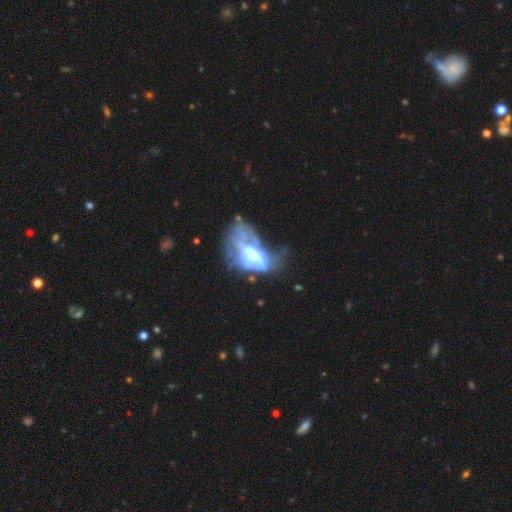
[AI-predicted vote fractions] smooth-or-featured: featured or disk: 64% | smooth: 24% | star or artifact: 12%
  disk-edge-on: no: 92% | yes: 8%
    bar: no: 67% | weak: 20% | strong: 14%
    has-spiral-arms: no: 78% | yes: 22%
    bulge-size: moderate: 40% | large: 39% | small: 7% | none: 7% | dominant: 7%
  merging: major disturbance: 45% | none: 21% | merger: 17% | minor disturbance: 17%